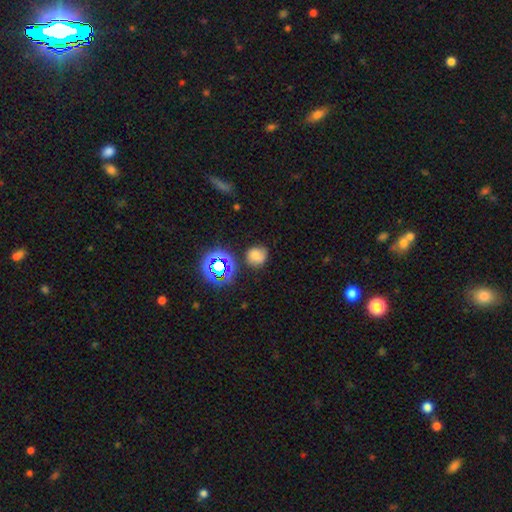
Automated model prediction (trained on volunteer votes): A smooth galaxy with no disk features (64%) that is round (79%). Merging: none (65%).